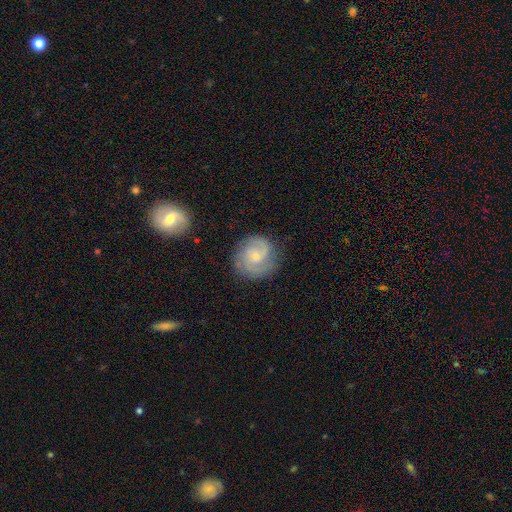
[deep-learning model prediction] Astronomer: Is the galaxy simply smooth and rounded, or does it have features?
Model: featured or disk — 79%.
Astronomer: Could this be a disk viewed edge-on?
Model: no — 98%.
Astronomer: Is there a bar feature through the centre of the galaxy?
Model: no — 63%.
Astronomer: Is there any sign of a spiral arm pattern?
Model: yes — 96%.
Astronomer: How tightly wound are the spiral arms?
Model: tight — 48% (runner-up: medium, 42%).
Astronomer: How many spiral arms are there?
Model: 2 — 64%.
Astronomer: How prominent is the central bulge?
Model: small — 66%.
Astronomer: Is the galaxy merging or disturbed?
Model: none — 81%.